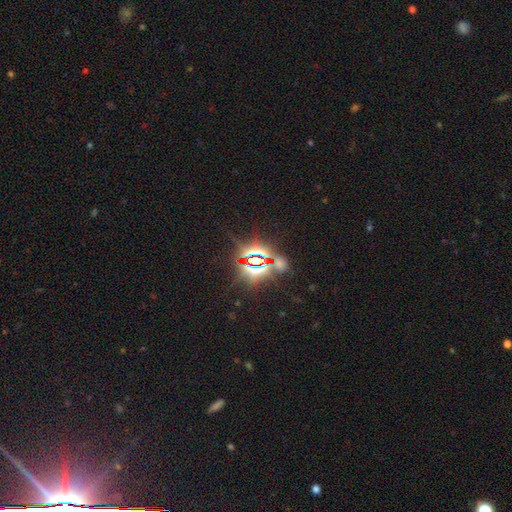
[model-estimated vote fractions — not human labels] Smooth or featured? star or artifact (84%)